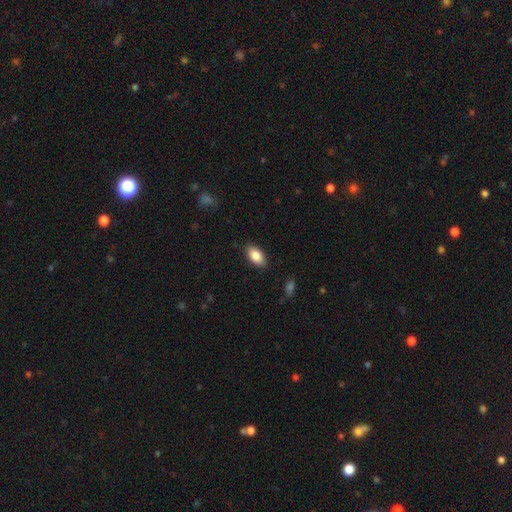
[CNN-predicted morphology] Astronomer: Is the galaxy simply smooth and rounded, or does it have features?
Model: smooth — 85%.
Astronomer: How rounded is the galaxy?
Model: in between — 92%.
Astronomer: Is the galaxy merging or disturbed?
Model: none — 87%.